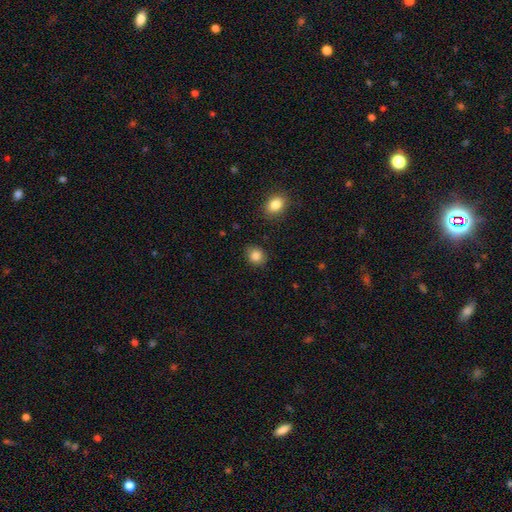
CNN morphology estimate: Q: Smooth or featured?
A: smooth (85%); runner-up: star or artifact (10%)
Q: How rounded?
A: round (71%); runner-up: in between (29%)
Q: Merging?
A: none (88%); runner-up: minor disturbance (9%)